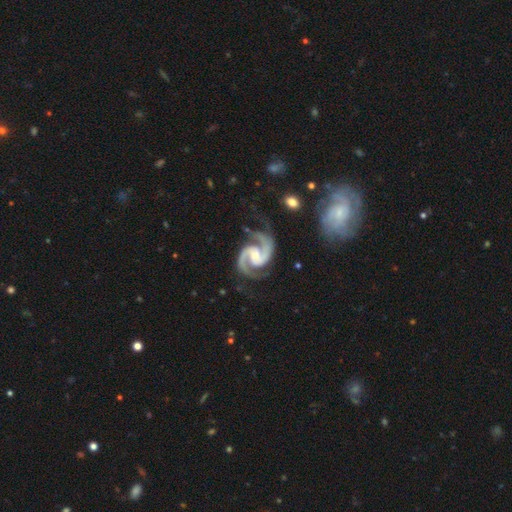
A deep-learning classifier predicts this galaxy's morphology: The model was most divided on "bar": no: 45%, weak: 40%, strong: 14%. Remaining: spiral arms — yes (99%); edge-on disk — no (98%); smooth or featured — featured or disk (95%); spiral arm count — 2 (93%); merging — none (70%); spiral winding — medium (65%); bulge size — moderate (48%).